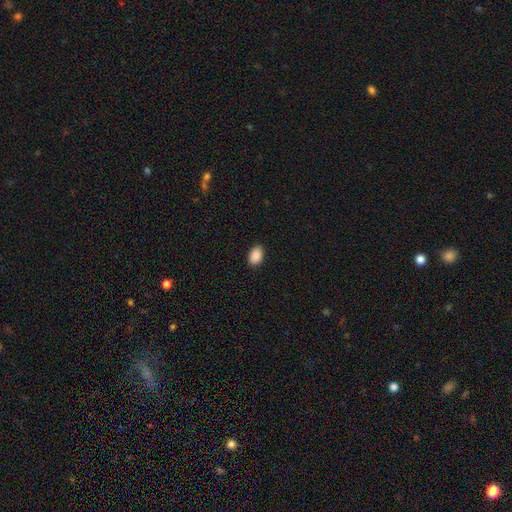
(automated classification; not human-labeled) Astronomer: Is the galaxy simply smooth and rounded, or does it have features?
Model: smooth — 90%.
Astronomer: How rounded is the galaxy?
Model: in between — 89%.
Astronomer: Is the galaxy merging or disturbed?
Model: none — 89%.